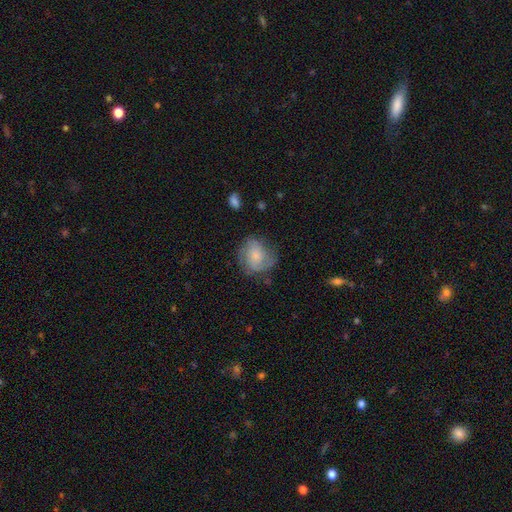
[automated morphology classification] type=smooth (47%); merging=none (59%).